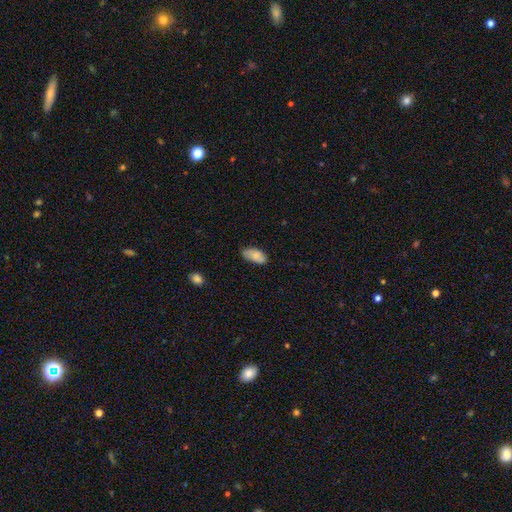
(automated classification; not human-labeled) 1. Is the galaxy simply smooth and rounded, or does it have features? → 83% smooth, 11% featured or disk, 7% star or artifact.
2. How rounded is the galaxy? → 93% in between, 4% cigar-shaped, 2% round.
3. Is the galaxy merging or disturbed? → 75% none, 21% minor disturbance, 3% major disturbance, 1% merger.